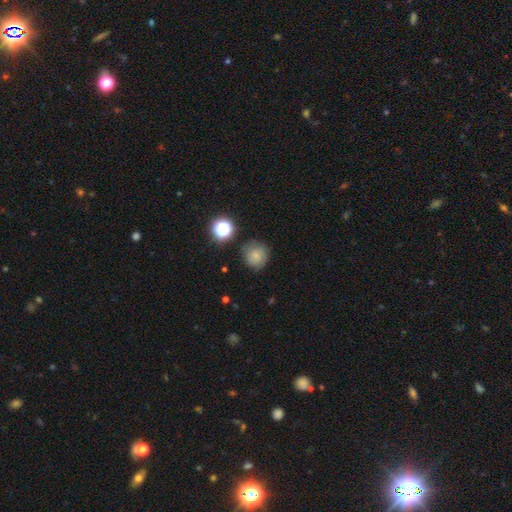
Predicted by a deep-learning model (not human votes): The model was most divided on "smooth or featured": smooth: 68%, featured or disk: 18%, star or artifact: 14%. More confident: how rounded — round (90%); merging — none (76%).